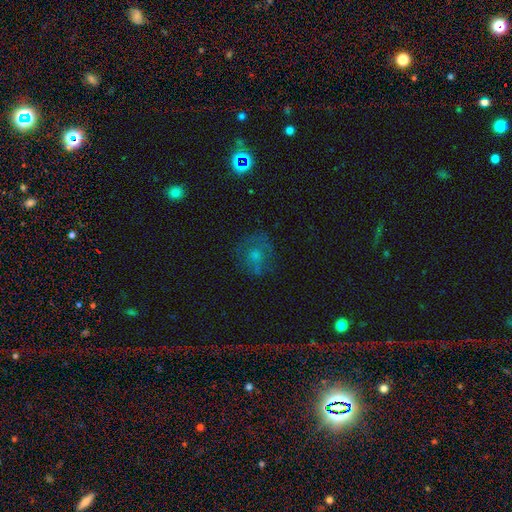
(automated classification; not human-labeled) Smooth or featured? smooth (48%)
Merging? none (62%)